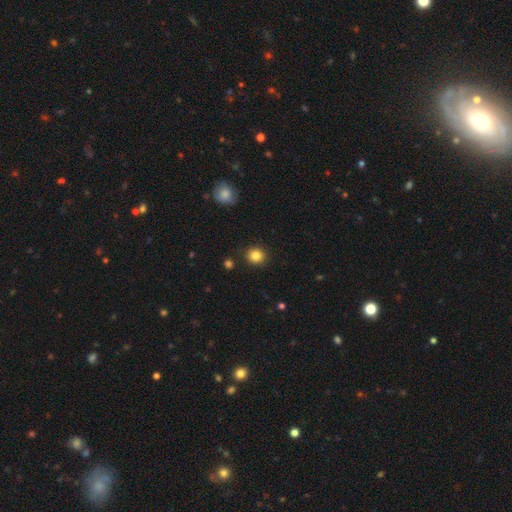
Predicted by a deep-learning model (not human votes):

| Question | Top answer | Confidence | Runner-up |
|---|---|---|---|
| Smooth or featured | smooth | 84% | star or artifact (11%) |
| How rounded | round | 88% | in between (11%) |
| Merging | none | 90% | minor disturbance (6%) |